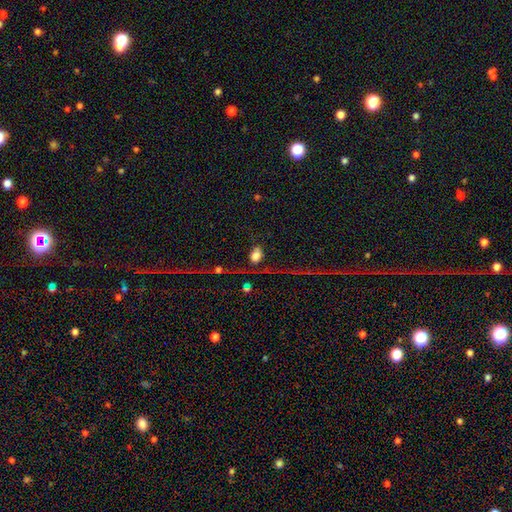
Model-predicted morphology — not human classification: The model was most divided on "merging": none: 54%, major disturbance: 19%, minor disturbance: 19%, merger: 9%. More confident: how rounded — in between (69%); smooth or featured — smooth (66%).